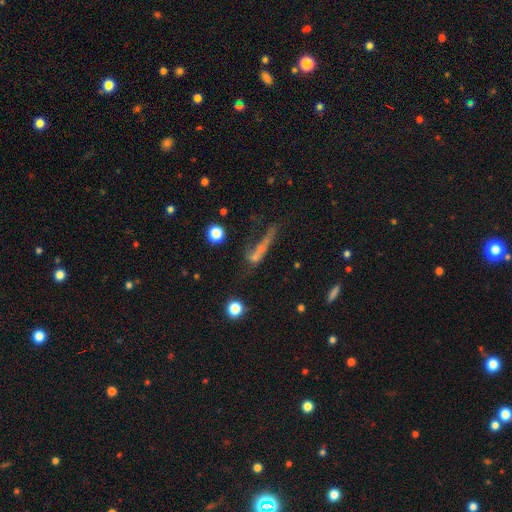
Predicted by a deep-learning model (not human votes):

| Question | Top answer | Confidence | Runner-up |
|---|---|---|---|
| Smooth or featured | star or artifact | 35% | smooth (34%) |